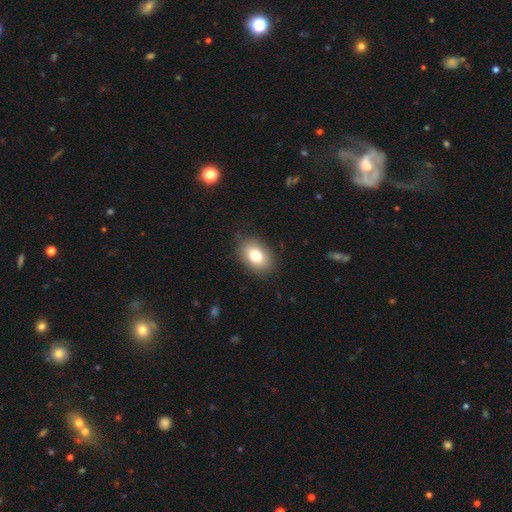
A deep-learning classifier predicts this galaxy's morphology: This appears to be a smooth galaxy with no disk features (78%) that is in between round and cigar-shaped (81%). Merging: none (85%).